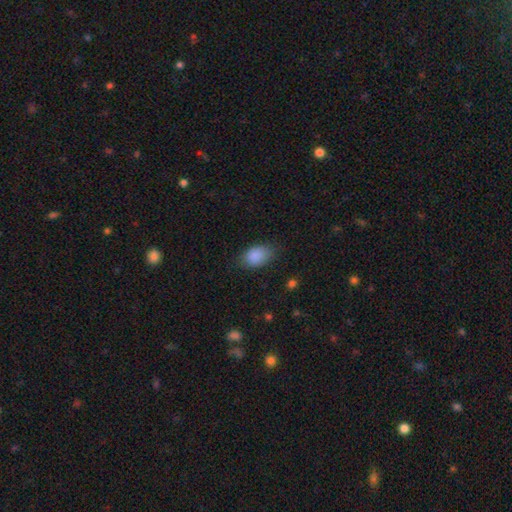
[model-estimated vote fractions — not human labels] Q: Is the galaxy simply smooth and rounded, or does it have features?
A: smooth — 88%.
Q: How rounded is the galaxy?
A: in between — 86%.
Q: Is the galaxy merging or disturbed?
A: none — 75%.